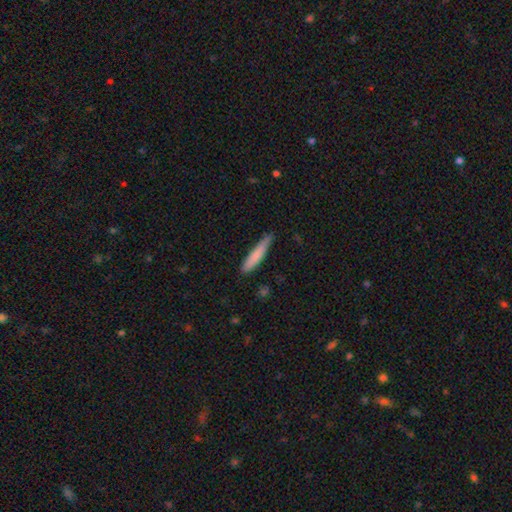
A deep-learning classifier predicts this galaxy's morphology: smooth_or_featured: smooth (p=0.78) [alt: featured or disk p=0.16]
how_rounded: cigar-shaped (p=0.92) [alt: in between p=0.07]
merging: none (p=0.73) [alt: minor disturbance p=0.22]